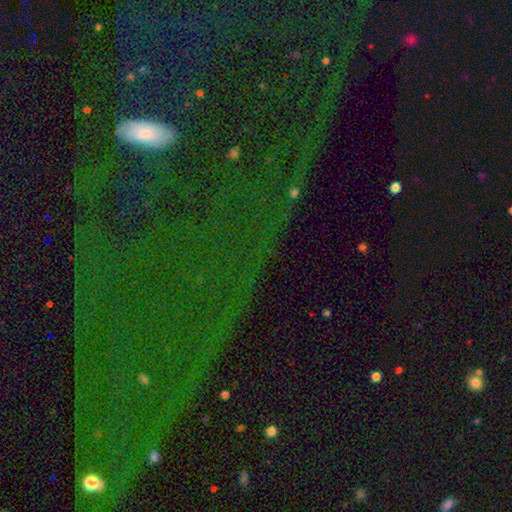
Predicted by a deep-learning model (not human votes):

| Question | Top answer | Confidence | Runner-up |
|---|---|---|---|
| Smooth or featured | star or artifact | 72% | smooth (16%) |